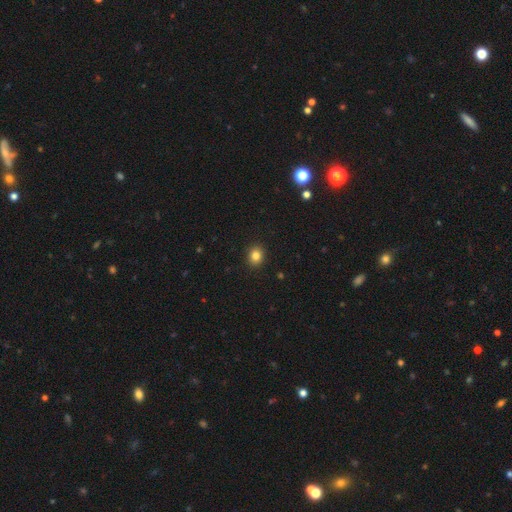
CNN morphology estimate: Smooth or featured? smooth (83%)
How rounded? round (67%)
Merging? none (91%)